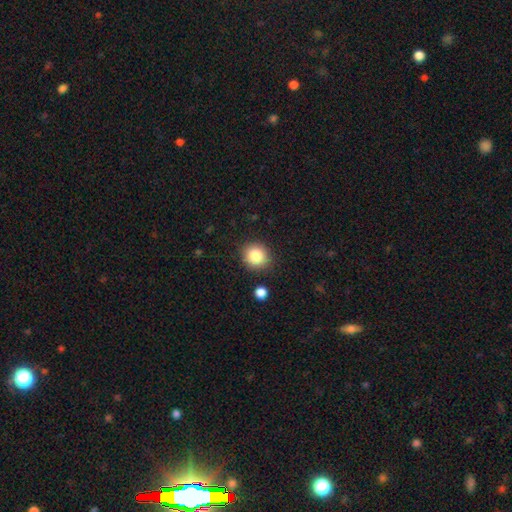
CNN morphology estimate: The model was most divided on "smooth or featured": smooth: 85%, star or artifact: 10%, featured or disk: 5%. More confident: how rounded — round (87%); merging — none (87%).